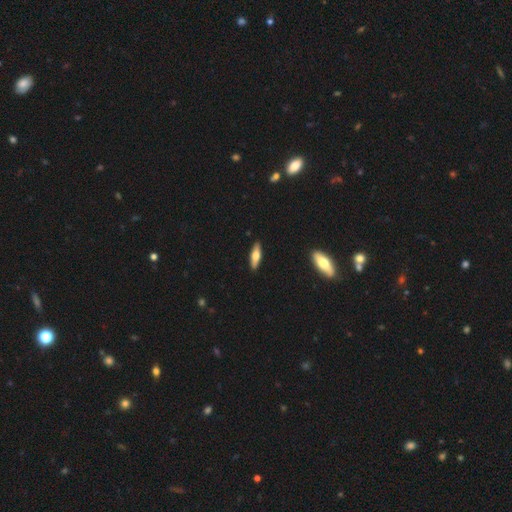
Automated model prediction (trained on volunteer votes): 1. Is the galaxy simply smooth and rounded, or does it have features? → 54% smooth, 40% featured or disk, 6% star or artifact.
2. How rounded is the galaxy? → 56% cigar-shaped, 42% in between, 2% round.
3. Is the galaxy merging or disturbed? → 89% none, 8% minor disturbance, 2% major disturbance, 1% merger.